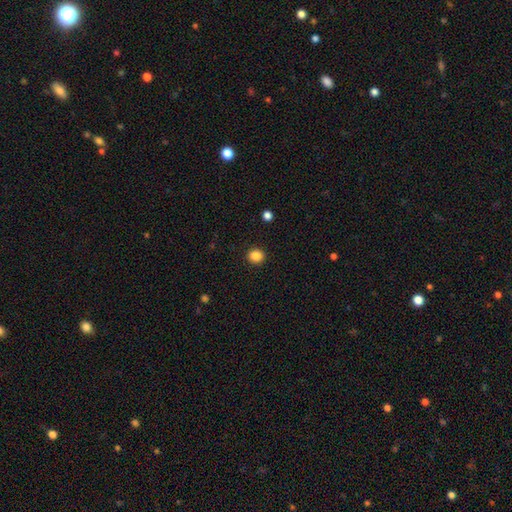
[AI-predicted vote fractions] smooth-or-featured: smooth: 87% | star or artifact: 10% | featured or disk: 3%
  how-rounded: round: 86% | in between: 13% | cigar-shaped: 1%
  merging: none: 92% | minor disturbance: 5% | major disturbance: 2% | merger: 1%